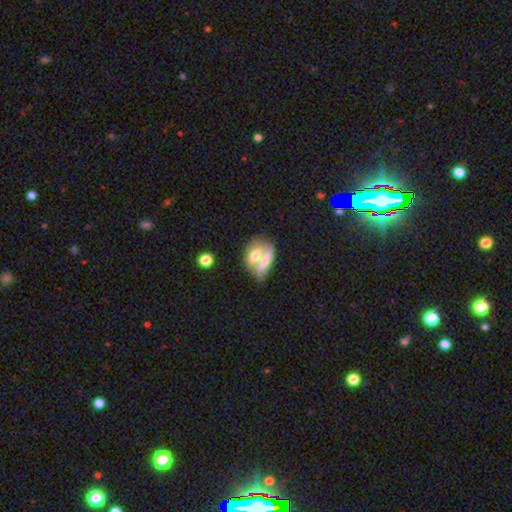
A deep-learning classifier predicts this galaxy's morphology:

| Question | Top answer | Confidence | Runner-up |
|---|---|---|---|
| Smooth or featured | smooth | 56% | featured or disk (36%) |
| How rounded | in between | 67% | round (18%) |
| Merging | merger | 60% | none (25%) |